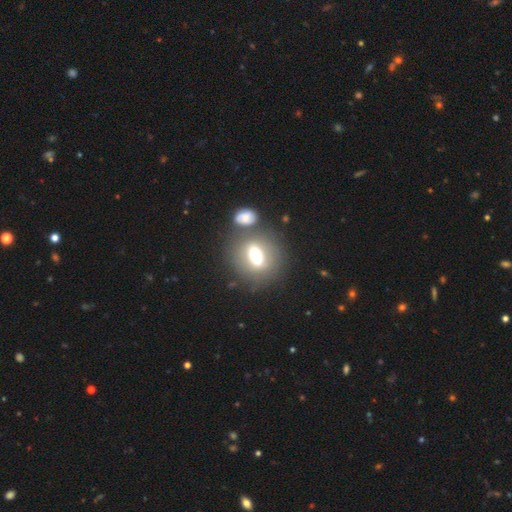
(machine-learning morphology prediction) Smooth or featured: smooth — 54% (featured or disk — 36%)
How rounded: round — 51% (in between — 46%)
Merging: none — 54% (merger — 25%)